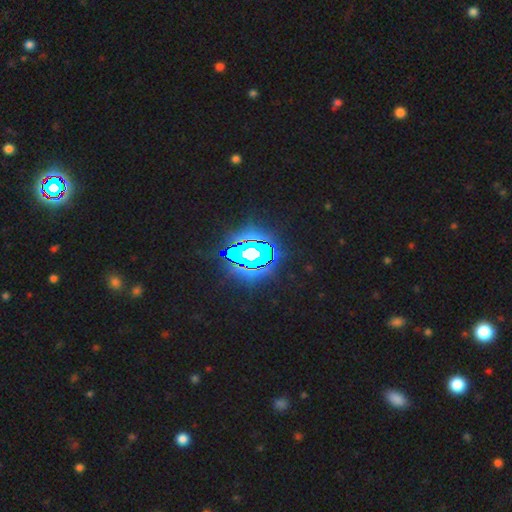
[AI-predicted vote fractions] This is clearly a star or artifact rather than a galaxy (84%).